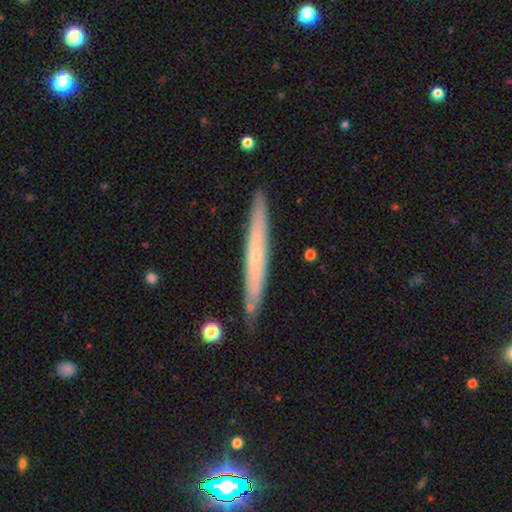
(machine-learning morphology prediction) featured or disk 53%, smooth 41%, star or artifact 6%. Down the decision tree: edge-on disk — yes (92%); merging — none (85%).